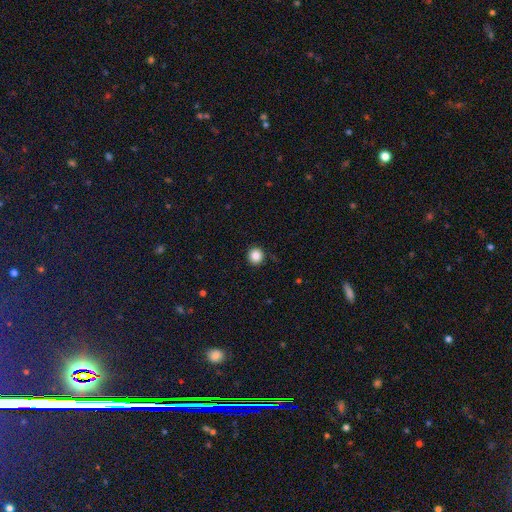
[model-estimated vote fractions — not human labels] Q: Smooth or featured?
A: smooth (86%); runner-up: star or artifact (10%)
Q: How rounded?
A: round (94%); runner-up: in between (5%)
Q: Merging?
A: none (91%); runner-up: minor disturbance (6%)